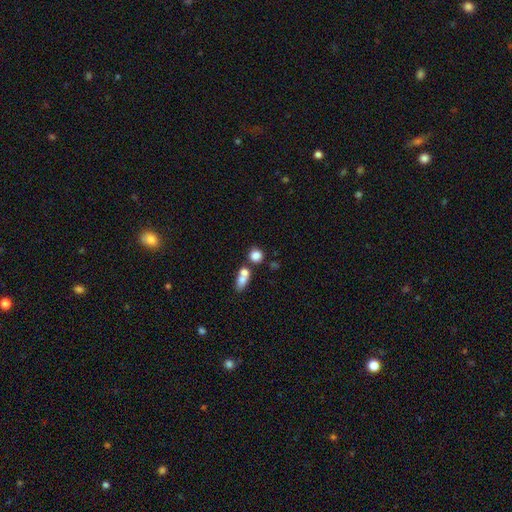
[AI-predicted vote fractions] Overall: smooth (80%). How rounded: round (83%). Merging: none (54%; merger 33%).